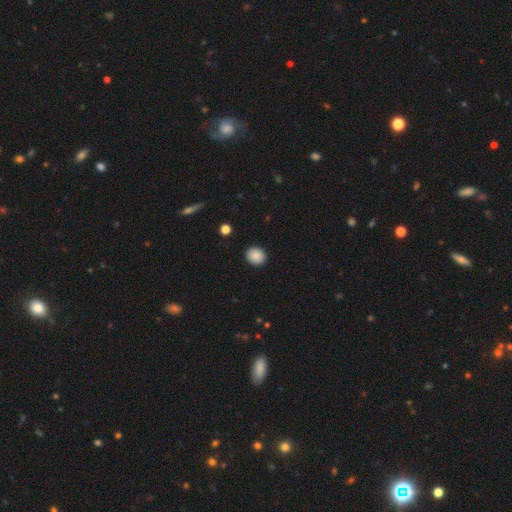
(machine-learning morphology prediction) A smooth galaxy with no disk features (89%) that is round (76%).

Vote fractions:
- Smooth or featured? smooth: 89% / star or artifact: 8% / featured or disk: 3%
- How rounded? round: 76% / in between: 23% / cigar-shaped: 1%
- Merging? none: 92% / minor disturbance: 6% / major disturbance: 2% / merger: 1%